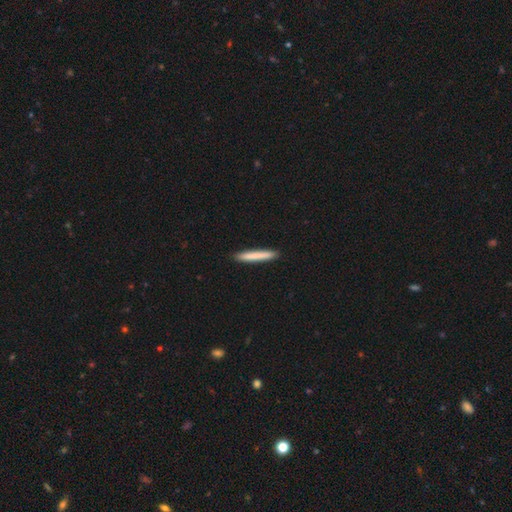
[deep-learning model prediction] Smooth or featured? smooth (79%)
How rounded? cigar-shaped (96%)
Merging? none (91%)